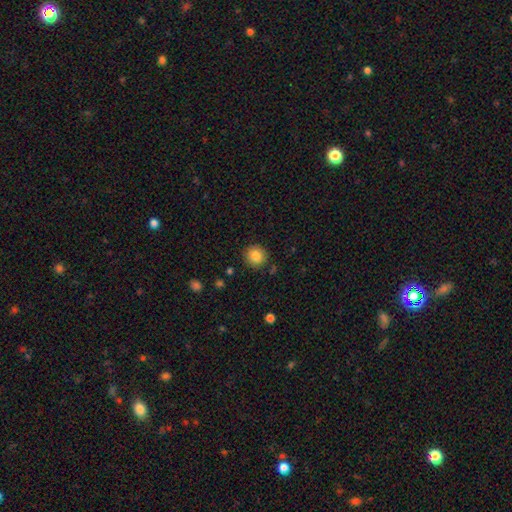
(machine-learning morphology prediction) This appears to be a smooth galaxy with no disk features (85%) that is round (87%). Merging: none (88%).